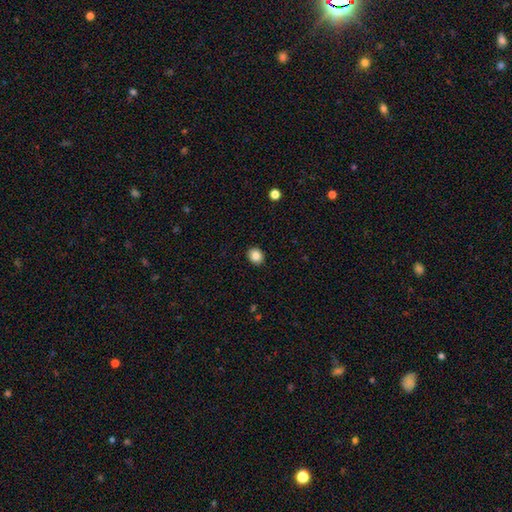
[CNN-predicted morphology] type=smooth (84%); roundness=round (76%); merging=none (91%).